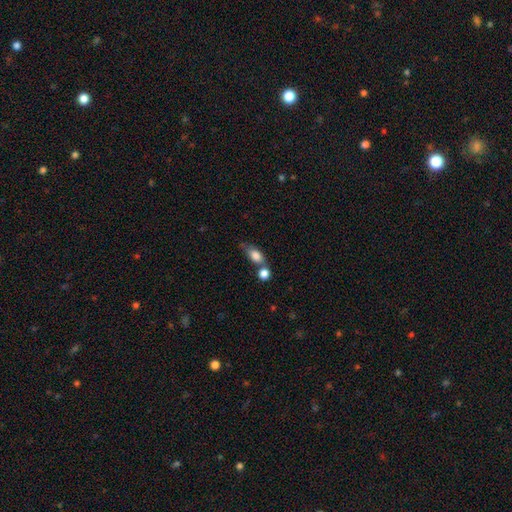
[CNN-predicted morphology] Smooth or featured: smooth — 80% (featured or disk — 12%)
How rounded: in between — 78% (round — 14%)
Merging: none — 45% (merger — 32%)